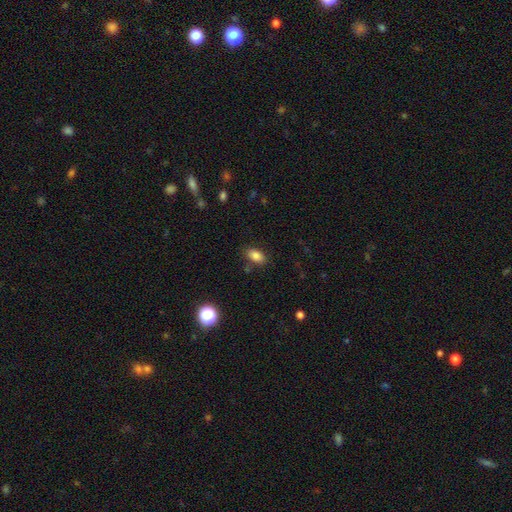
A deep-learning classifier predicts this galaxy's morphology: type=smooth (83%); roundness=in between (89%); merging=none (82%).